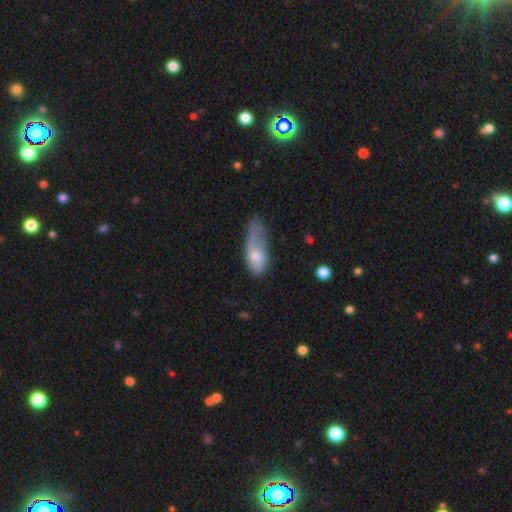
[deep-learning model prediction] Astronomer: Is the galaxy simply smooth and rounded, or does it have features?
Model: smooth — 57% (runner-up: featured or disk, 36%).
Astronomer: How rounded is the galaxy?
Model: in between — 75%.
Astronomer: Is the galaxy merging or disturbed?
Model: major disturbance — 45% (runner-up: minor disturbance, 30%).